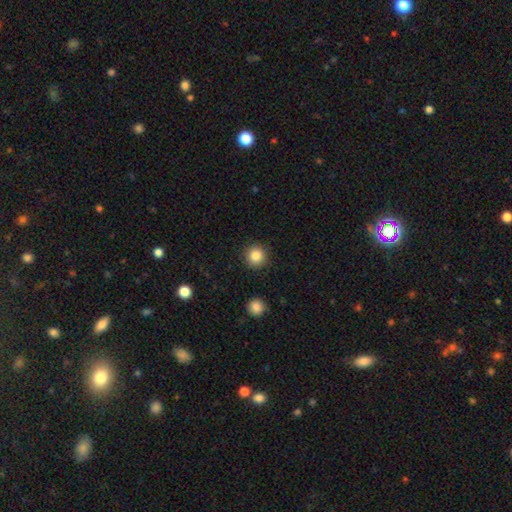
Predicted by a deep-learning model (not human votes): A smooth galaxy with no disk features (85%) that is round (95%).

Vote fractions:
- Smooth or featured? smooth: 85% / star or artifact: 10% / featured or disk: 5%
- How rounded? round: 95% / in between: 5% / cigar-shaped: 1%
- Merging? none: 90% / minor disturbance: 6% / major disturbance: 2% / merger: 1%